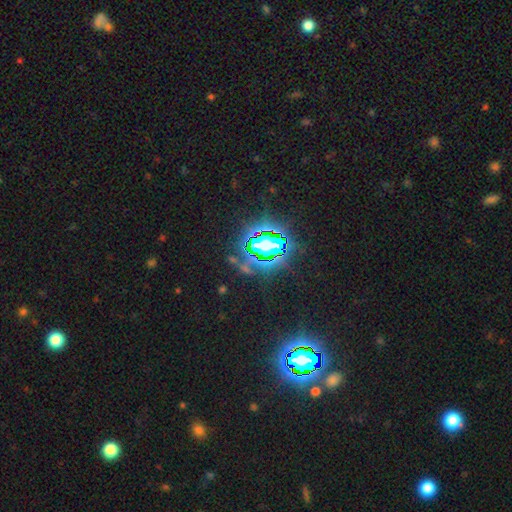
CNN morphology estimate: Smooth or featured? Predicted: star or artifact (p=0.83).